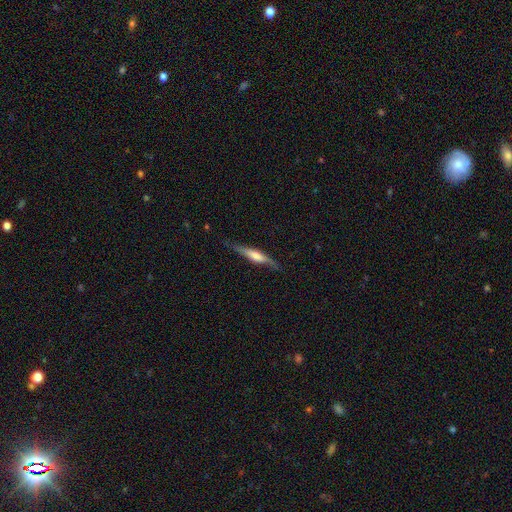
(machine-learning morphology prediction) Overall: featured or disk (59%; smooth 35%). Edge-on disk: yes (90%). Edge-on bulge: rounded (60%; boxy 26%). Merging: none (73%).